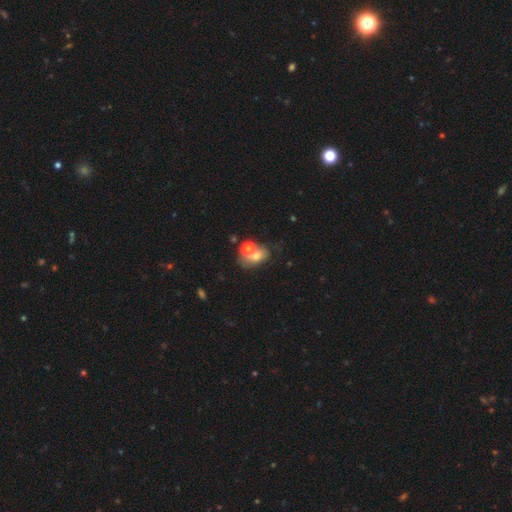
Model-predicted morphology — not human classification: Smooth or featured: smooth — 63% (featured or disk — 23%)
How rounded: in between — 65% (round — 34%)
Merging: merger — 44% (none — 33%)